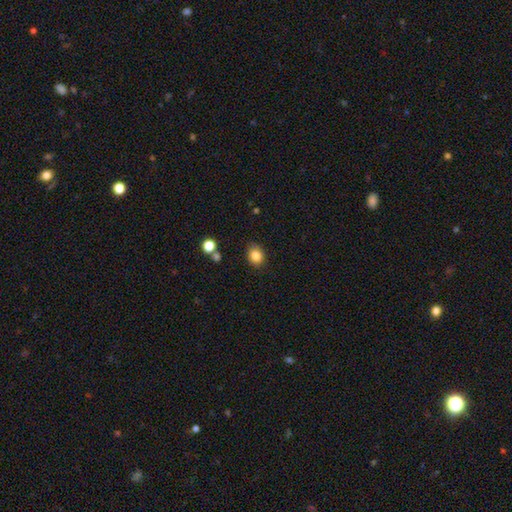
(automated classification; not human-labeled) A smooth galaxy with no disk features (85%) that is round (57%). Merging: none (84%).